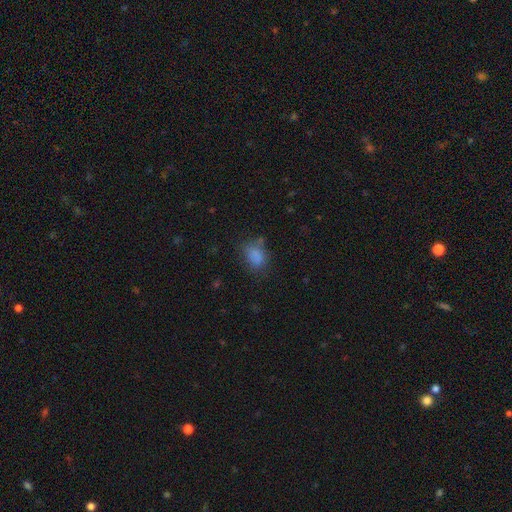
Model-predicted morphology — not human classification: smooth 80%, star or artifact 12%, featured or disk 8%. Down the decision tree: how rounded — in between (72%); merging — none (59%).